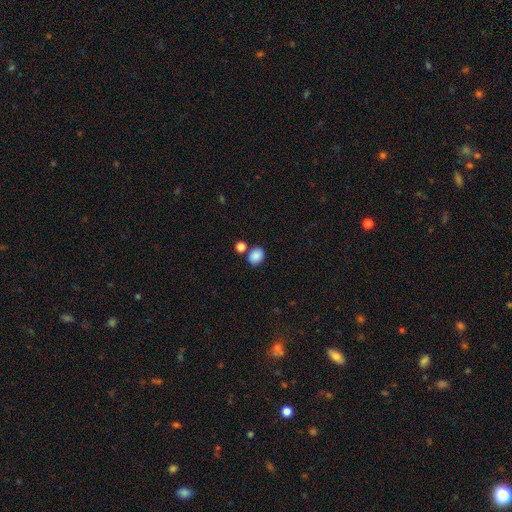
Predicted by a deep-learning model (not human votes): This is clearly a smooth galaxy (86%). How rounded: possibly round (54%). Merging: likely none (73%).